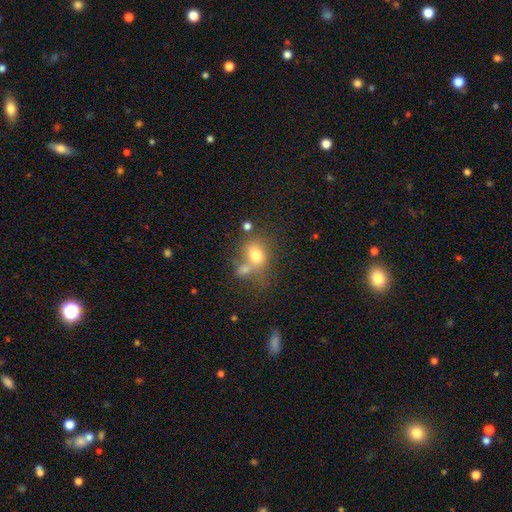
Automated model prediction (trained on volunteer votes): A smooth galaxy with no disk features (71%) that is in between round and cigar-shaped (50%).

Vote fractions:
- Smooth or featured? smooth: 71% / featured or disk: 16% / star or artifact: 13%
- How rounded? in between: 50% / round: 49% / cigar-shaped: 1%
- Merging? none: 40% / merger: 34% / minor disturbance: 16% / major disturbance: 10%